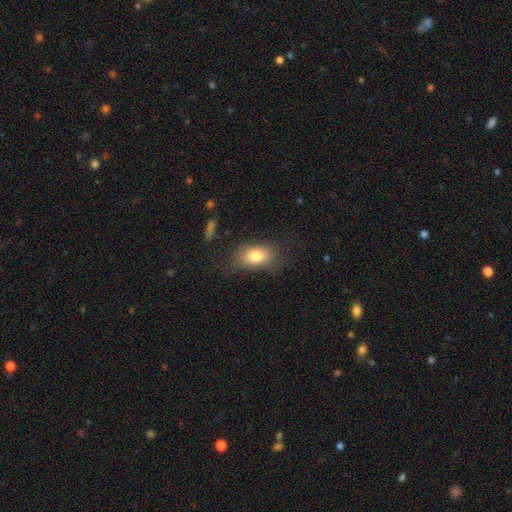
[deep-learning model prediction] The model was most divided on "merging": none: 73%, minor disturbance: 18%, major disturbance: 8%, merger: 2%. More confident: how rounded — in between (83%); smooth or featured — smooth (78%).